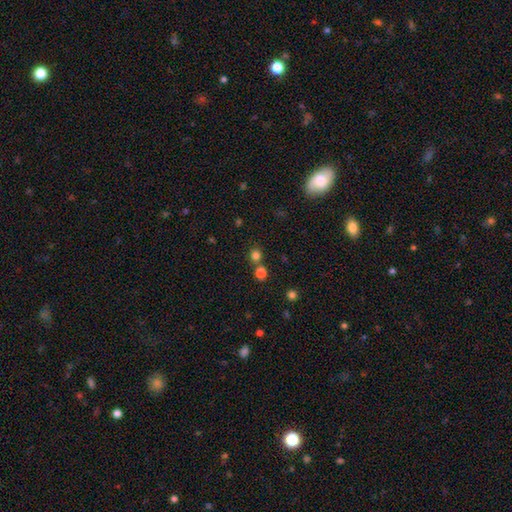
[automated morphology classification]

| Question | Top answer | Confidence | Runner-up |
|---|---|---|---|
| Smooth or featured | smooth | 76% | star or artifact (18%) |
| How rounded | round | 89% | in between (10%) |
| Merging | none | 62% | merger (30%) |